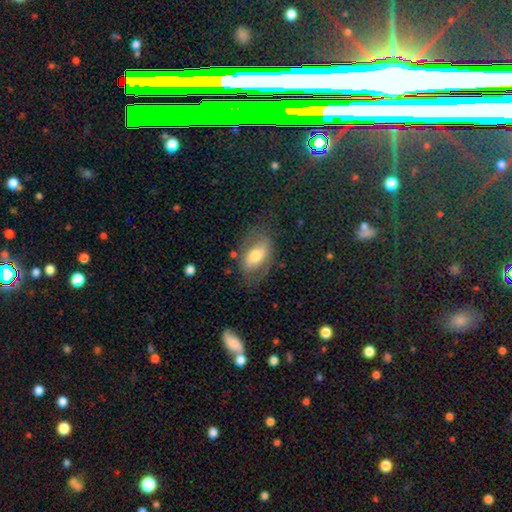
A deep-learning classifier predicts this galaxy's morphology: The model was most divided on "smooth or featured": smooth: 50%, featured or disk: 42%, star or artifact: 8%. More confident: how rounded — in between (88%); merging — none (63%).